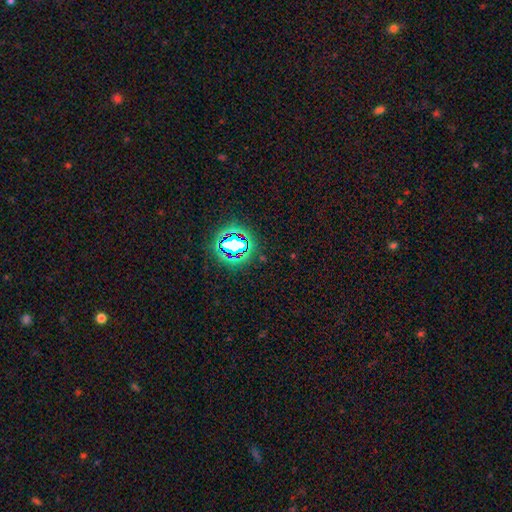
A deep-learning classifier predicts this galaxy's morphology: This is clearly a star or artifact rather than a galaxy (80%).